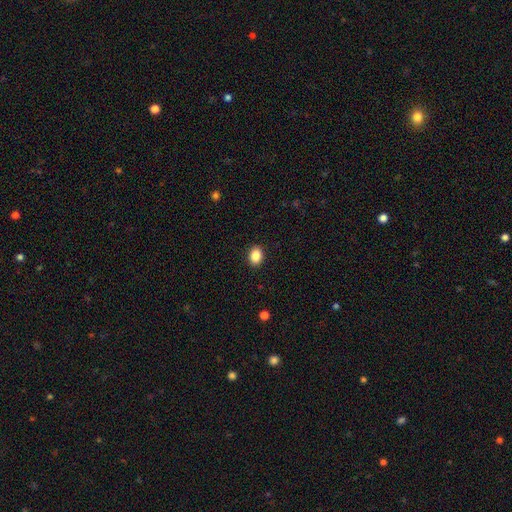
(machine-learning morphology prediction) smooth-or-featured: smooth: 87% | star or artifact: 9% | featured or disk: 4%
  how-rounded: in between: 68% | round: 31% | cigar-shaped: 1%
  merging: none: 90% | minor disturbance: 7% | major disturbance: 2% | merger: 1%